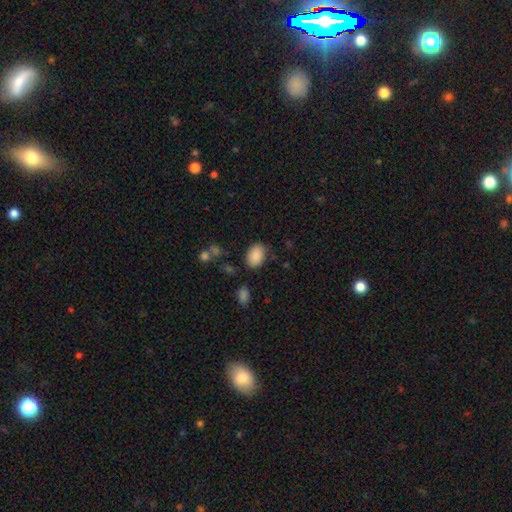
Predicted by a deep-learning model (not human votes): Morphology: type=smooth (88%); roundness=in between (83%); merging=none (80%).